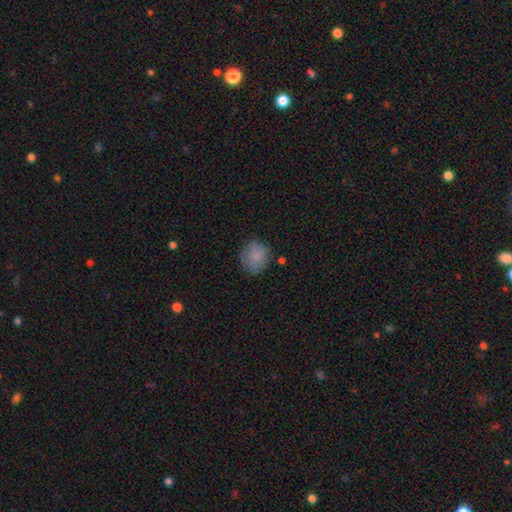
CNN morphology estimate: A smooth galaxy with no disk features (82%) that is round (86%).

Vote fractions:
- Smooth or featured? smooth: 82% / featured or disk: 10% / star or artifact: 8%
- How rounded? round: 86% / in between: 13% / cigar-shaped: 1%
- Merging? none: 74% / minor disturbance: 18% / major disturbance: 5% / merger: 2%